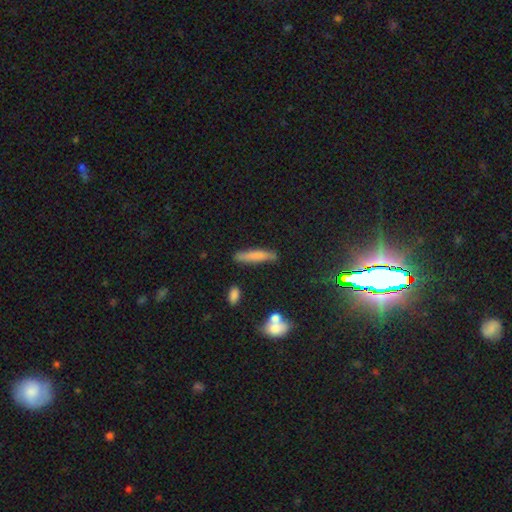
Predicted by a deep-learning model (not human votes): smooth 75%, featured or disk 17%, star or artifact 8%. Down the decision tree: how rounded — cigar-shaped (86%); merging — none (80%).